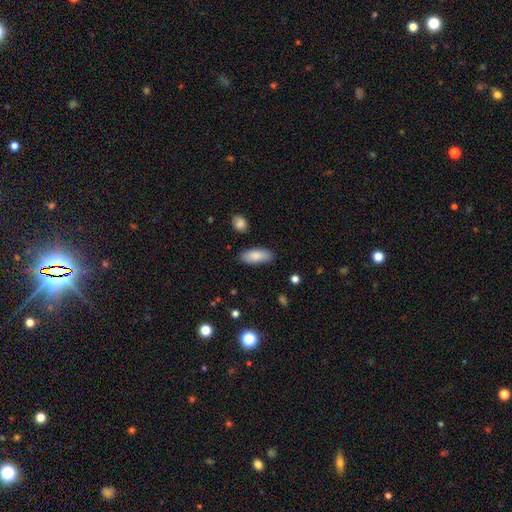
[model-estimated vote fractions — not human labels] Morphology: type=smooth (86%); roundness=in between (82%); merging=none (85%).